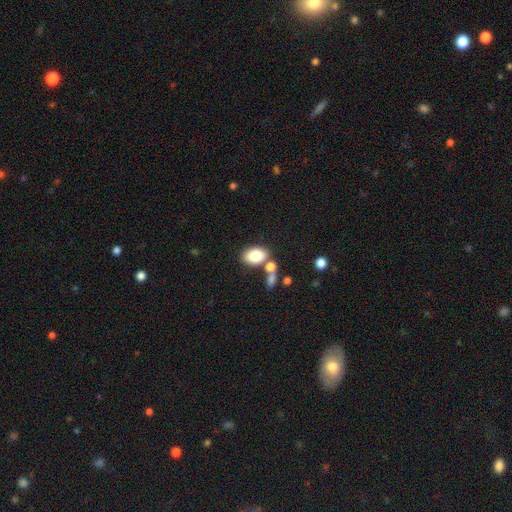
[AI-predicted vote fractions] Smooth or featured? smooth (81%)
How rounded? in between (85%)
Merging? none (59%)